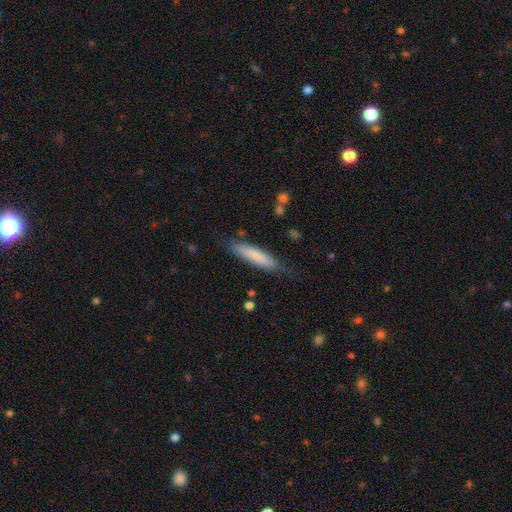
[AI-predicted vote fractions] smooth 78%, featured or disk 16%, star or artifact 6%. Down the decision tree: how rounded — cigar-shaped (82%); merging — none (76%).